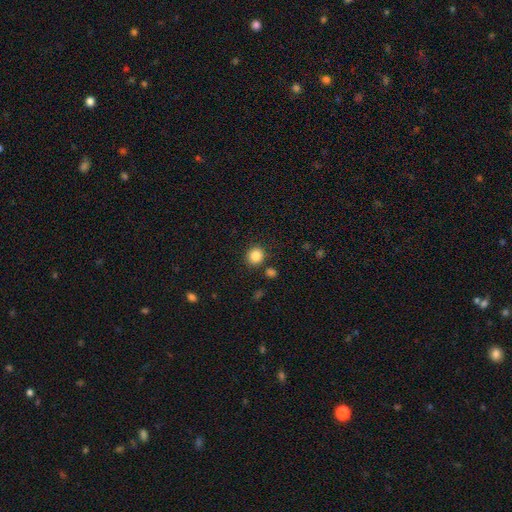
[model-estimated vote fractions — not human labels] Morphology: type=smooth (86%); roundness=round (85%); merging=none (85%).